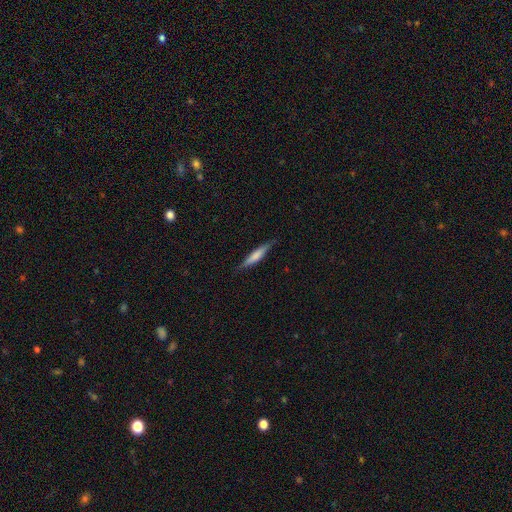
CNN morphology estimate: This appears to be a smooth galaxy with no disk features (63%) that is cigar-shaped (90%). Merging: none (83%).